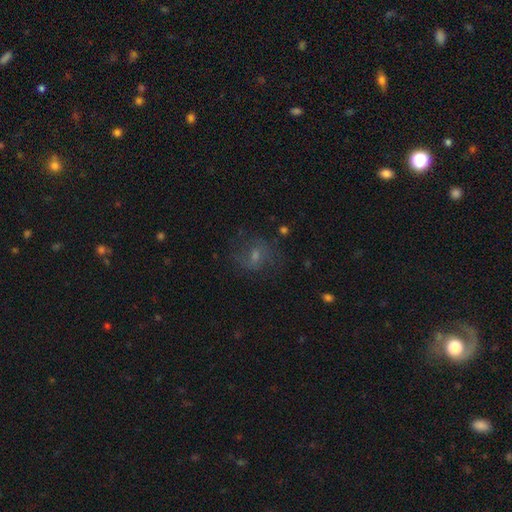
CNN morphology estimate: Overall: featured or disk (47%; smooth 34%). Merging: none (65%).